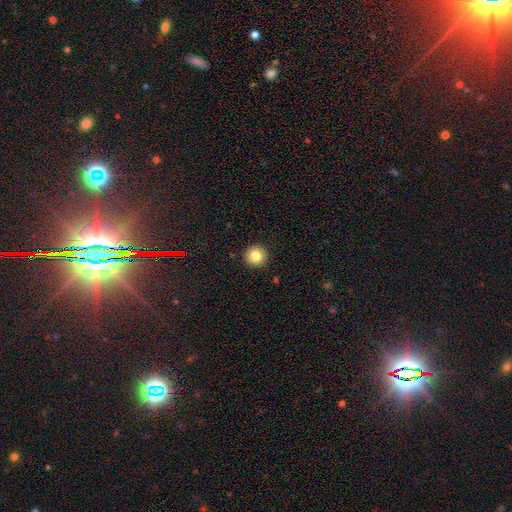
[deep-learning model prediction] Q: Smooth or featured?
A: smooth (82%); runner-up: star or artifact (11%)
Q: How rounded?
A: round (96%); runner-up: in between (4%)
Q: Merging?
A: none (93%); runner-up: minor disturbance (5%)